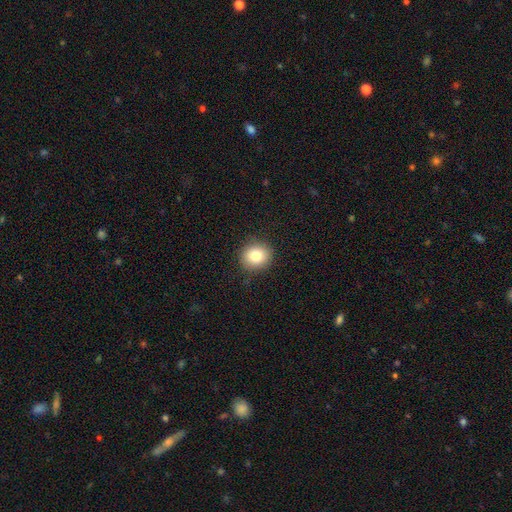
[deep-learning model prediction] Q: Smooth or featured?
A: smooth (83%); runner-up: star or artifact (10%)
Q: How rounded?
A: round (81%); runner-up: in between (18%)
Q: Merging?
A: none (88%); runner-up: minor disturbance (9%)